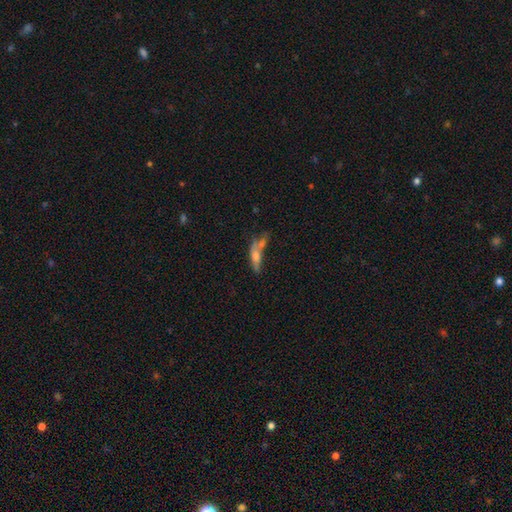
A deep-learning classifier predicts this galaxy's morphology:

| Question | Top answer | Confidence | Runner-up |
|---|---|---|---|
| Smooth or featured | smooth | 48% | featured or disk (41%) |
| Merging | merger | 33% | none (32%) |